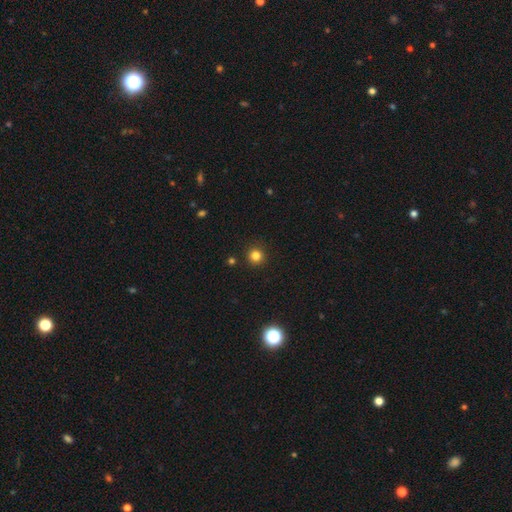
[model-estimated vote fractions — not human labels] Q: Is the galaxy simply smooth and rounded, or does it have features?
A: smooth — 82%.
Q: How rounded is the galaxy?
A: round — 95%.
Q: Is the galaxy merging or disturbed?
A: none — 92%.